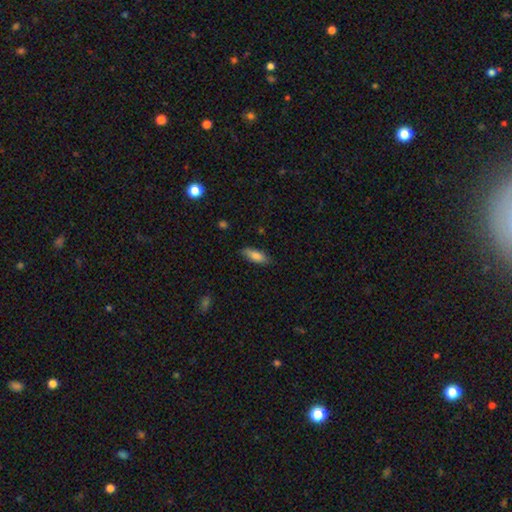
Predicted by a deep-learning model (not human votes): Smooth or featured? Predicted: smooth (p=0.80). How rounded? Predicted: in between (p=0.71). Merging? Predicted: none (p=0.78).